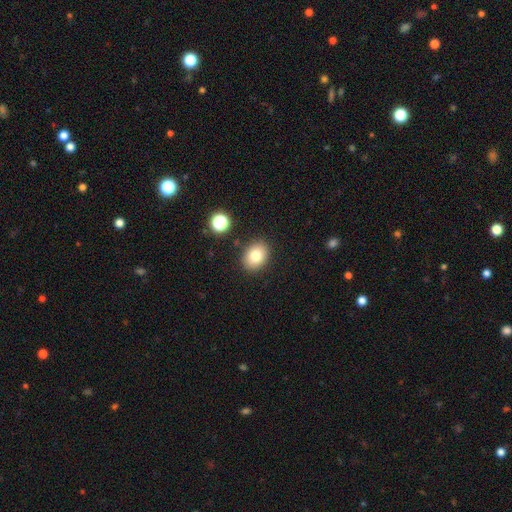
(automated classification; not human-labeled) Smooth or featured?
  - smooth: 80% *
  - star or artifact: 11%
  - featured or disk: 10%
How rounded?
  - in between: 53% *
  - round: 46%
  - cigar-shaped: 1%
Merging?
  - none: 87% *
  - minor disturbance: 8%
  - merger: 2%
  - major disturbance: 2%